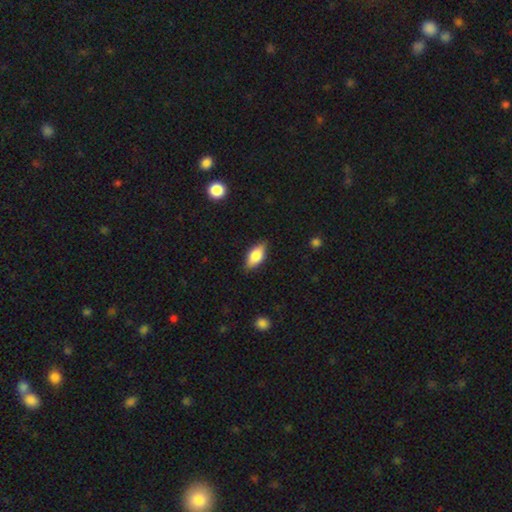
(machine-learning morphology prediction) The model was most divided on "smooth or featured": smooth: 73%, featured or disk: 20%, star or artifact: 7%. More confident: how rounded — in between (87%); merging — none (83%).